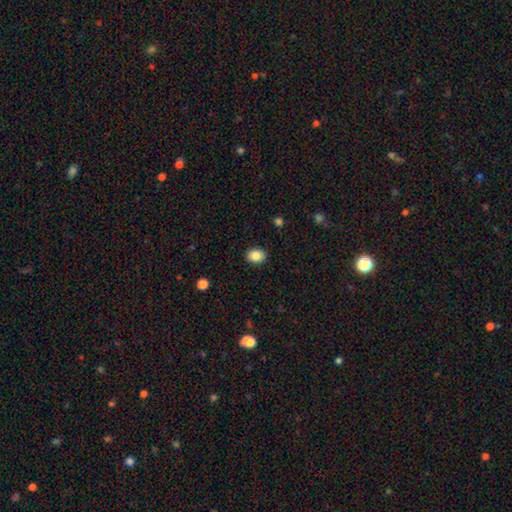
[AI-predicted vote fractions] Smooth or featured: smooth — 85% (star or artifact — 9%)
How rounded: in between — 63% (round — 36%)
Merging: none — 89% (minor disturbance — 8%)